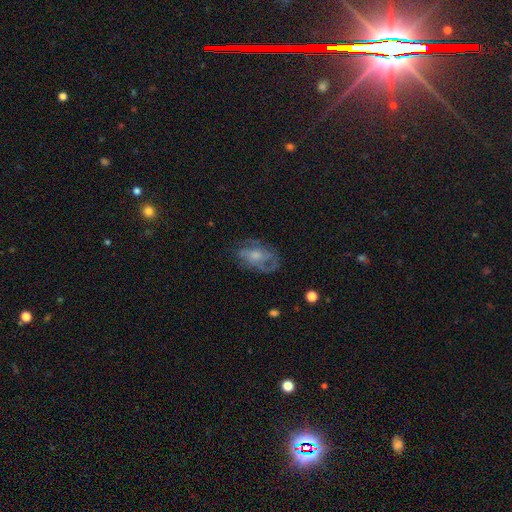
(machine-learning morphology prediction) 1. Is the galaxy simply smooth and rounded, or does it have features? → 68% featured or disk, 23% smooth, 8% star or artifact.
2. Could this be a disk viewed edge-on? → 96% no, 4% yes.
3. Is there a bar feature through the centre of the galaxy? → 64% no, 30% weak, 6% strong.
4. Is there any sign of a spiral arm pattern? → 80% yes, 20% no.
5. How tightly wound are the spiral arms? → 46% medium, 34% tight, 21% loose.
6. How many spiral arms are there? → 40% 2, 31% can't tell, 15% 3, 7% 1, 4% 4, 3% more than 4.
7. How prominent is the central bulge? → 39% small, 38% moderate, 13% none, 7% large, 2% dominant.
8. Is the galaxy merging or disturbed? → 61% none, 21% minor disturbance, 16% major disturbance, 2% merger.